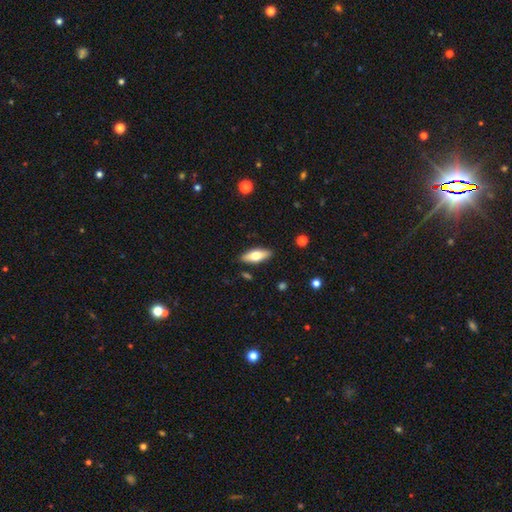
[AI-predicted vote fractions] Smooth or featured: smooth — 63% (featured or disk — 31%)
How rounded: in between — 68% (cigar-shaped — 30%)
Merging: none — 87% (minor disturbance — 9%)